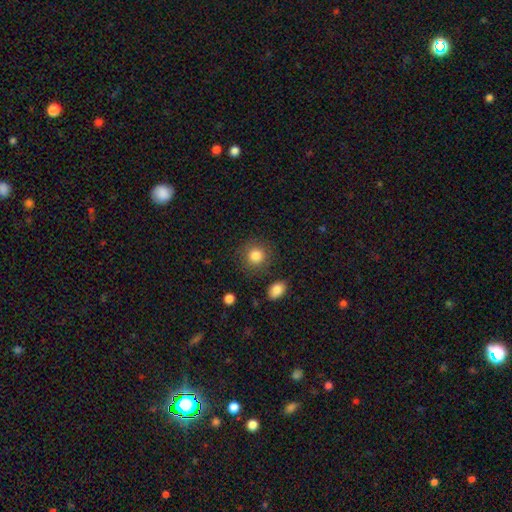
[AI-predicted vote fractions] smooth_or_featured: smooth (p=0.85) [alt: star or artifact p=0.09]
how_rounded: round (p=0.88) [alt: in between p=0.11]
merging: none (p=0.84) [alt: minor disturbance p=0.10]